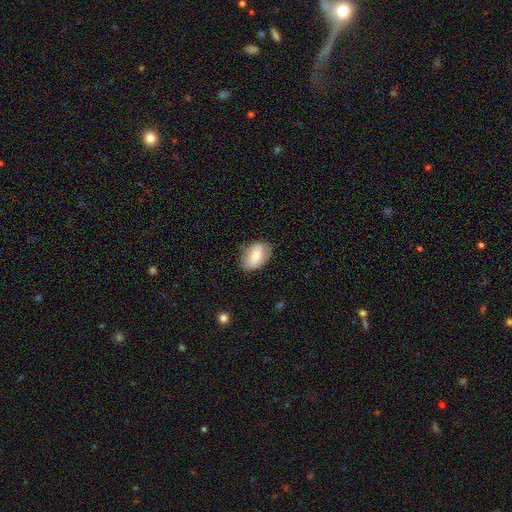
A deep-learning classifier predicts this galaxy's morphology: This is likely a smooth galaxy (69%). How rounded: clearly in between (89%). Merging: likely none (73%).